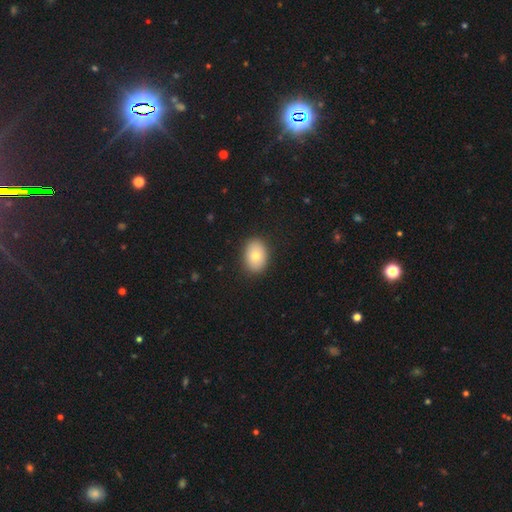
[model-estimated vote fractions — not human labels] This appears to be a smooth galaxy with no disk features (77%) that is in between round and cigar-shaped (76%). Merging: none (89%).